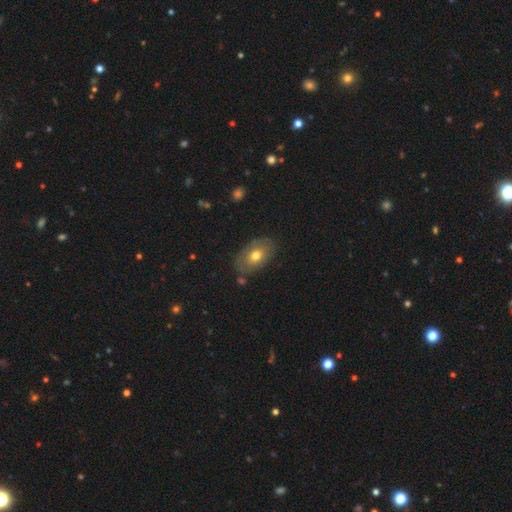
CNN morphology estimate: Smooth or featured?
  - smooth: 64% *
  - featured or disk: 28%
  - star or artifact: 8%
How rounded?
  - in between: 87% *
  - round: 11%
  - cigar-shaped: 1%
Merging?
  - none: 77% *
  - minor disturbance: 16%
  - major disturbance: 4%
  - merger: 3%